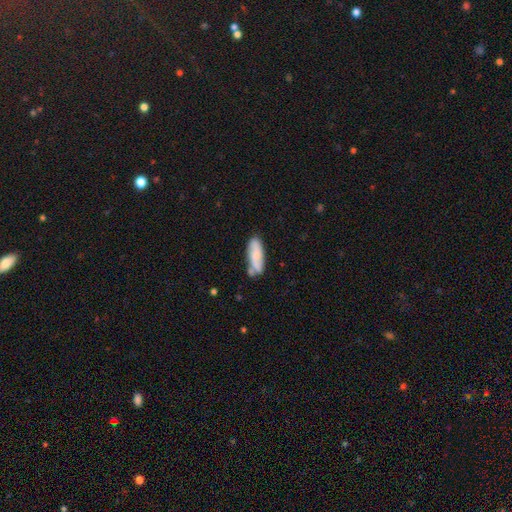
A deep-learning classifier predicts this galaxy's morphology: smooth 63%, featured or disk 30%, star or artifact 7%. Down the decision tree: how rounded — in between (64%); merging — none (61%).